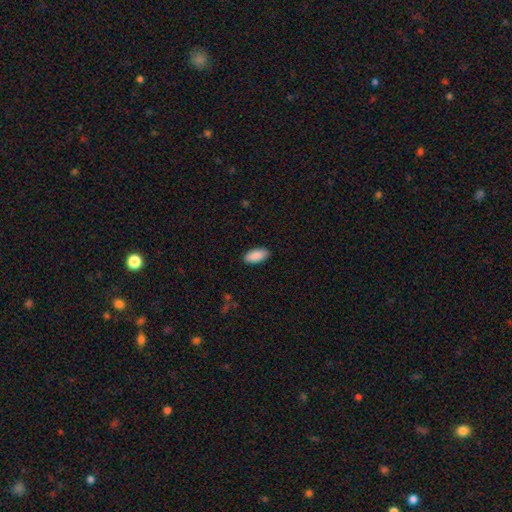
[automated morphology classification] Q: Smooth or featured?
A: smooth (90%); runner-up: star or artifact (6%)
Q: How rounded?
A: in between (92%); runner-up: cigar-shaped (6%)
Q: Merging?
A: none (89%); runner-up: minor disturbance (9%)